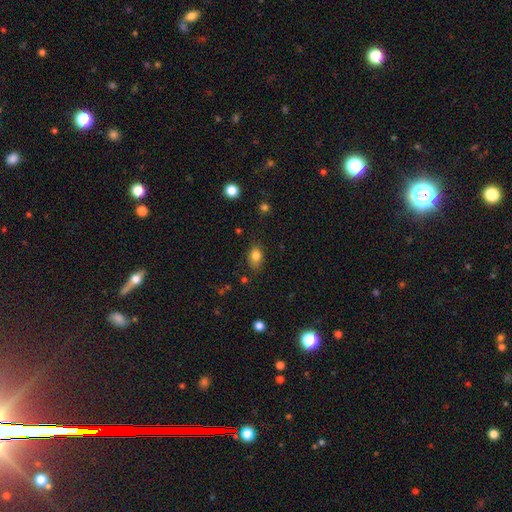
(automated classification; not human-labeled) smooth 82%, star or artifact 10%, featured or disk 8%. Down the decision tree: how rounded — in between (78%); merging — none (77%).